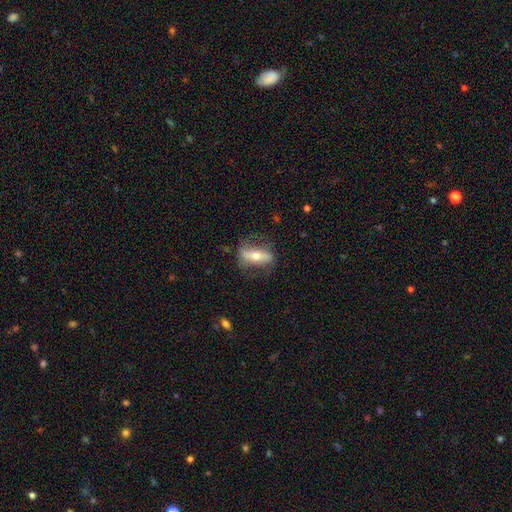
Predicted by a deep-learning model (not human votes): A featured or disk galaxy (61%). Merging: none (72%).